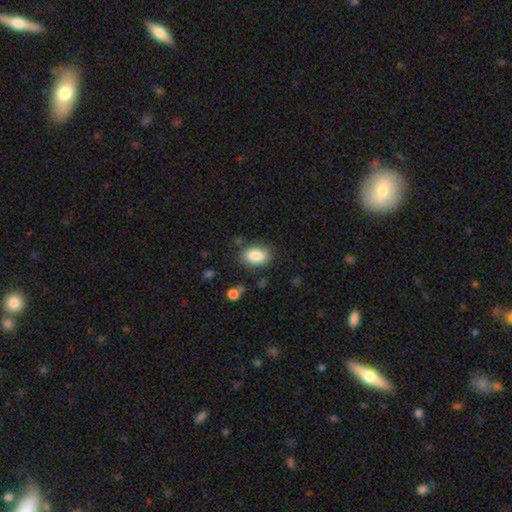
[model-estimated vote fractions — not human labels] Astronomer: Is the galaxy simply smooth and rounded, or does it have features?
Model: smooth — 87%.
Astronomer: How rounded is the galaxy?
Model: in between — 87%.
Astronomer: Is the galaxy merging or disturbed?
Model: none — 79%.